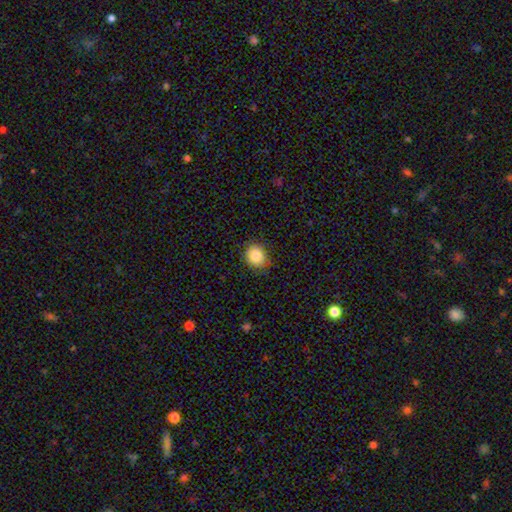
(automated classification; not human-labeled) A smooth galaxy with no disk features (86%) that is round (63%).

Vote fractions:
- Smooth or featured? smooth: 86% / star or artifact: 9% / featured or disk: 5%
- How rounded? round: 63% / in between: 36% / cigar-shaped: 1%
- Merging? none: 83% / minor disturbance: 13% / major disturbance: 3% / merger: 1%